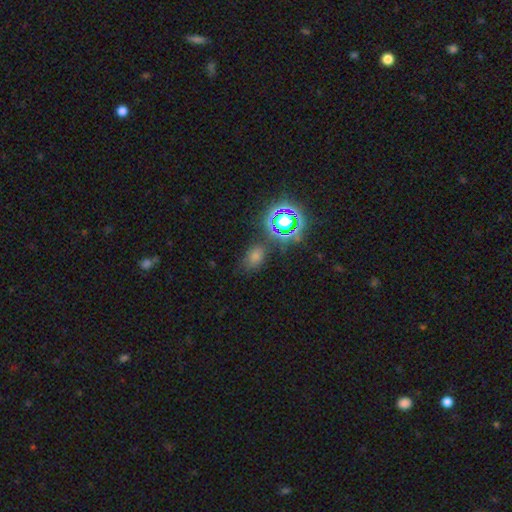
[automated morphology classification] A smooth galaxy with no disk features (47%).

Vote fractions:
- Smooth or featured? smooth: 47% / star or artifact: 45% / featured or disk: 8%
- Merging? none: 76% / minor disturbance: 13% / merger: 6% / major disturbance: 5%